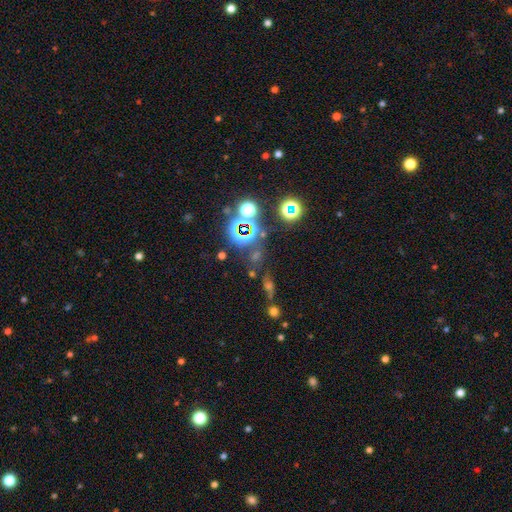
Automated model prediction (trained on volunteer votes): The model was most divided on "smooth or featured": star or artifact: 64%, smooth: 24%, featured or disk: 13%.